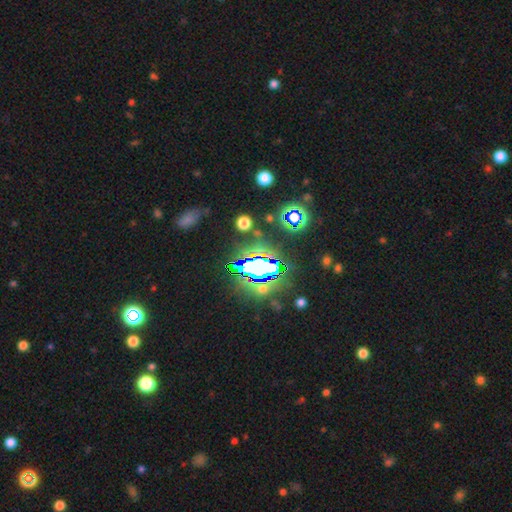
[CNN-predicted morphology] Smooth or featured?
  - star or artifact: 83% *
  - smooth: 10%
  - featured or disk: 8%